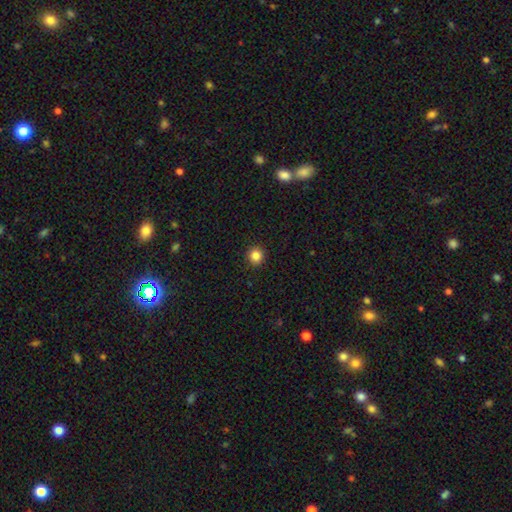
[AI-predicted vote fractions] A smooth galaxy with no disk features (85%) that is round (93%). Merging: none (93%).